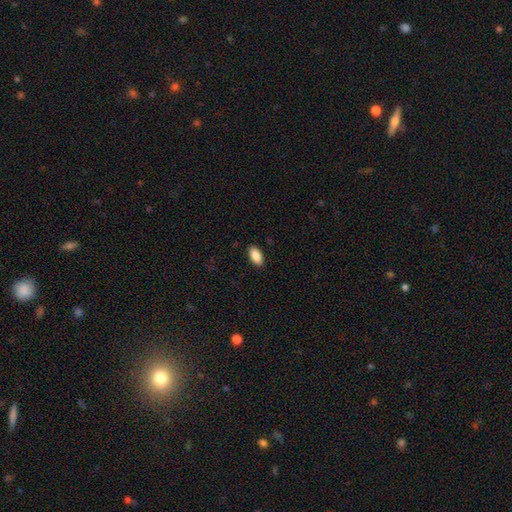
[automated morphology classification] Overall: smooth (89%). How rounded: in between (93%). Merging: none (89%).